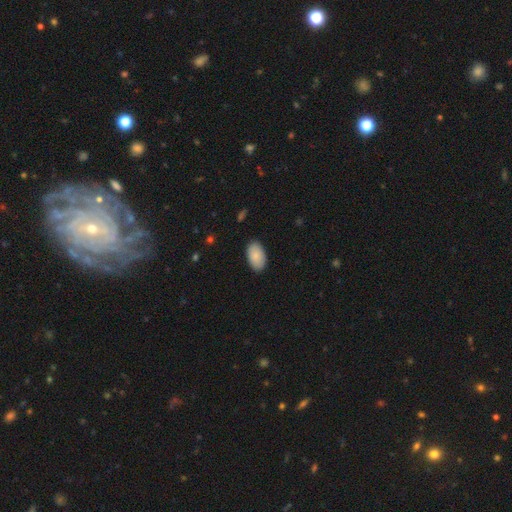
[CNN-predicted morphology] Smooth or featured? smooth (87%)
How rounded? in between (95%)
Merging? none (88%)